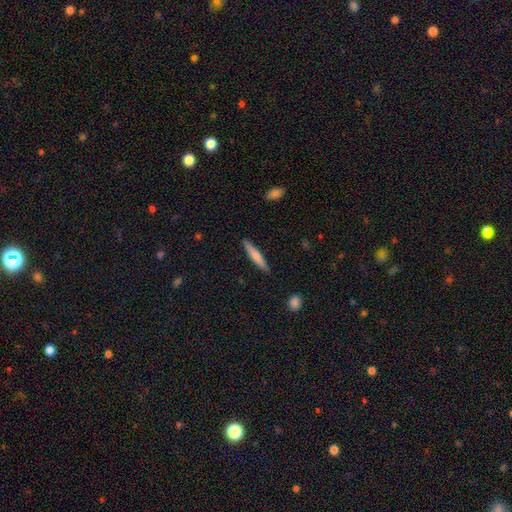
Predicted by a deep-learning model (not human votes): Morphology: type=smooth (67%); roundness=cigar-shaped (93%); merging=none (90%).